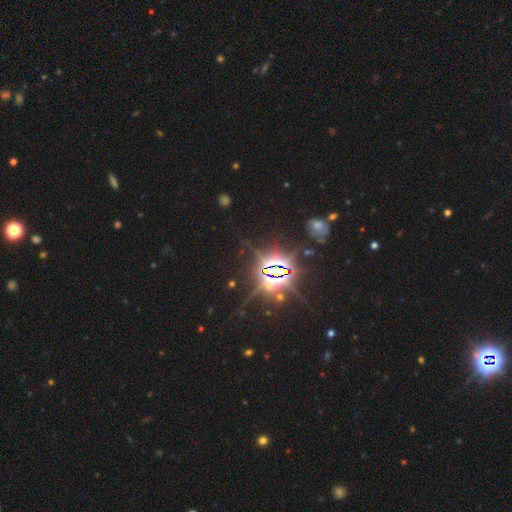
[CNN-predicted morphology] A star or artifact, not a galaxy (87%).